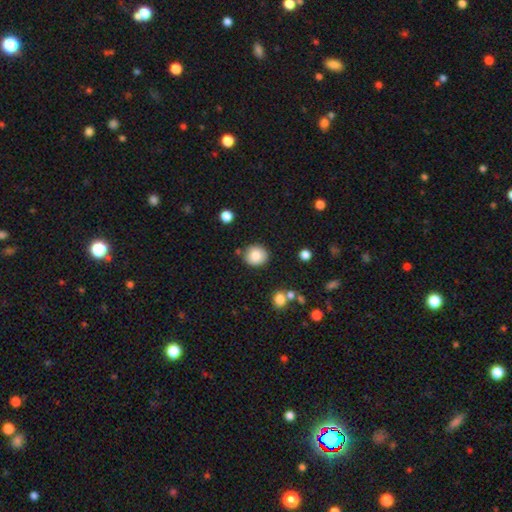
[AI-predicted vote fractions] Morphology: type=smooth (84%); roundness=round (85%); merging=none (83%).